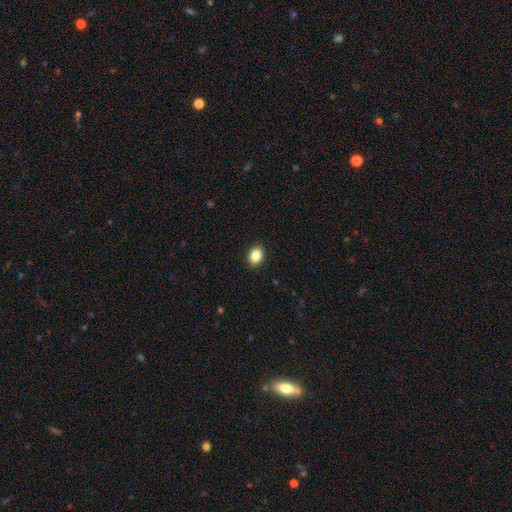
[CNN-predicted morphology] Q: Smooth or featured?
A: smooth (85%); runner-up: star or artifact (9%)
Q: How rounded?
A: in between (61%); runner-up: round (38%)
Q: Merging?
A: none (90%); runner-up: minor disturbance (7%)